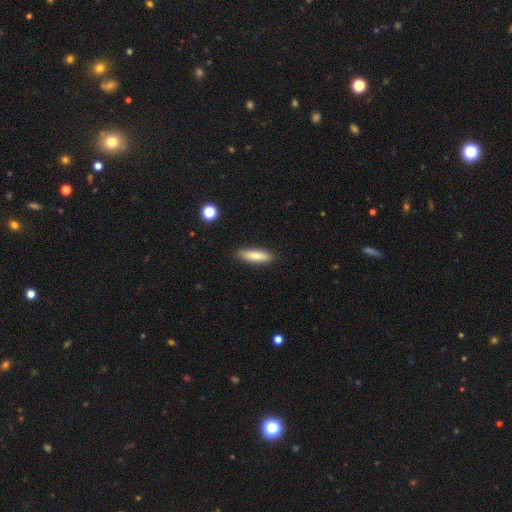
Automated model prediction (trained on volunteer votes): This appears to be a smooth galaxy with no disk features (80%) that is cigar-shaped (65%). Merging: none (88%).